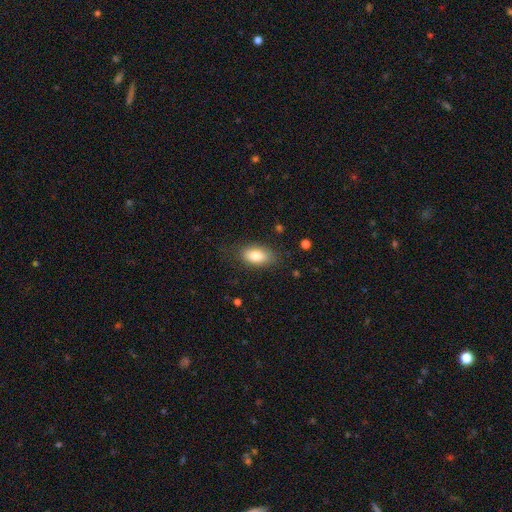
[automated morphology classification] Smooth or featured? smooth (81%)
How rounded? in between (90%)
Merging? none (80%)